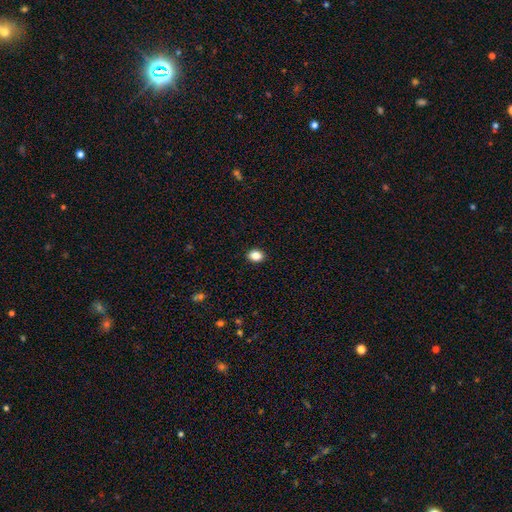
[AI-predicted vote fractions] smooth 86%, star or artifact 10%, featured or disk 4%. Down the decision tree: how rounded — in between (57%); merging — none (91%).